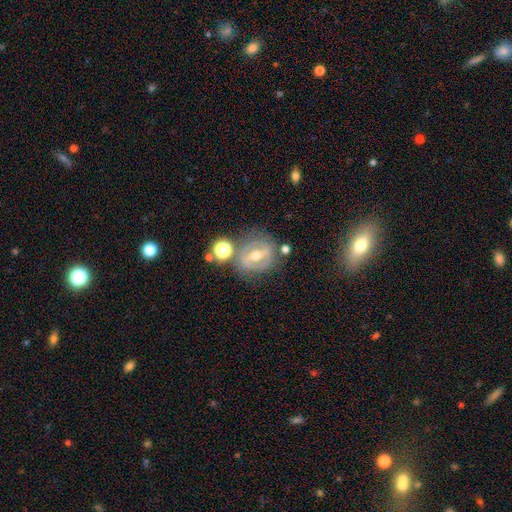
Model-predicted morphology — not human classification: Smooth or featured: featured or disk — 71% (smooth — 20%)
Edge-on disk: no — 93% (yes — 7%)
Bar: strong — 55% (weak — 32%)
Spiral arms: yes — 58% (no — 42%)
Bulge size: moderate — 70% (small — 24%)
Merging: none — 68% (minor disturbance — 16%)